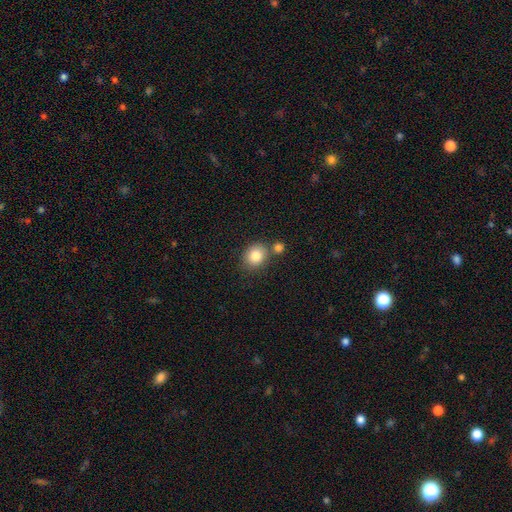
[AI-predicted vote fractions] Morphology: type=smooth (83%); roundness=round (68%); merging=none (65%).